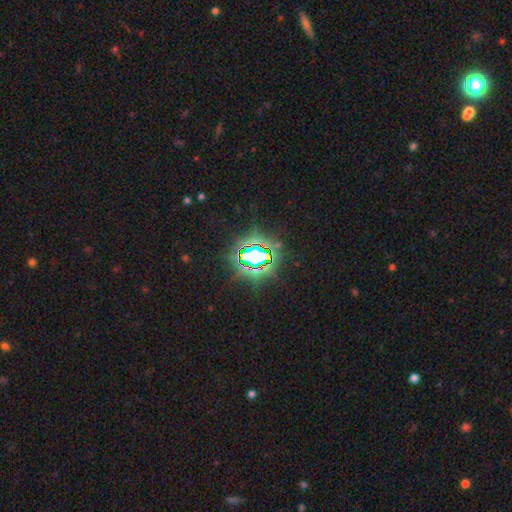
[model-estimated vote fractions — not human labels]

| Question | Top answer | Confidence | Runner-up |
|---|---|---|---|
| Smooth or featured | star or artifact | 76% | smooth (14%) |